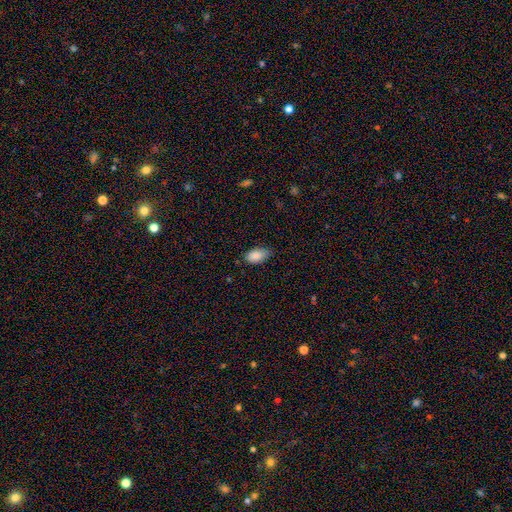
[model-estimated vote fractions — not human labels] smooth_or_featured: smooth (p=0.88) [alt: star or artifact p=0.07]
how_rounded: in between (p=0.93) [alt: round p=0.04]
merging: none (p=0.69) [alt: minor disturbance p=0.26]